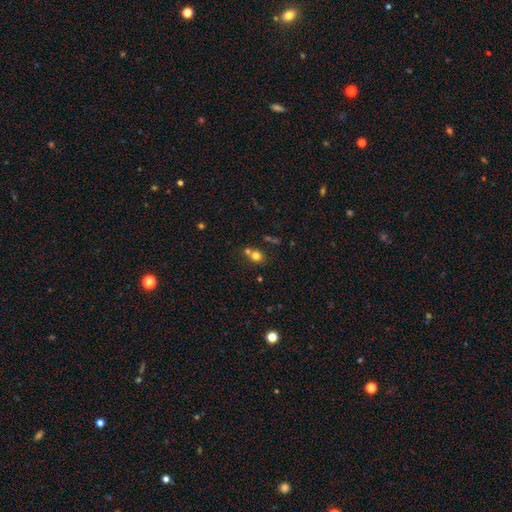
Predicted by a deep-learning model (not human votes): Q: Smooth or featured?
A: smooth (74%); runner-up: star or artifact (15%)
Q: How rounded?
A: round (74%); runner-up: in between (25%)
Q: Merging?
A: none (53%); runner-up: merger (34%)